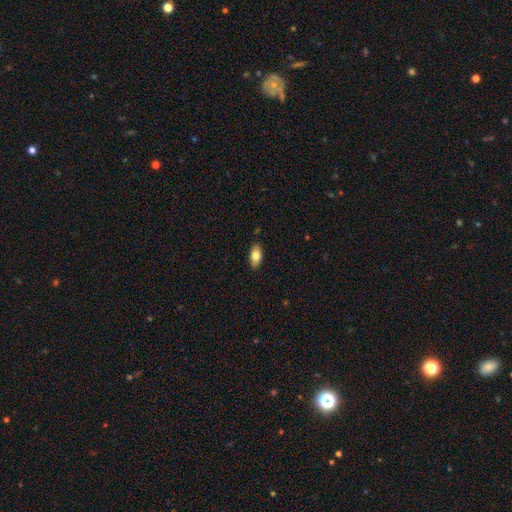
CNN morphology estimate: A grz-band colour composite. It shows a smooth galaxy with no disk features (78%) that is in between round and cigar-shaped (90%). Merging: none (87%).